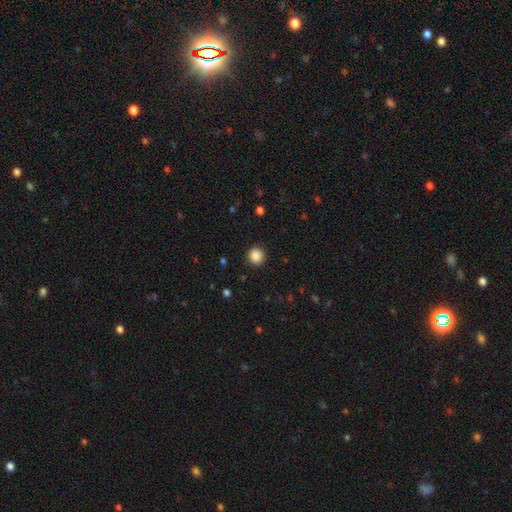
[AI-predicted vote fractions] Overall: smooth (88%). How rounded: round (92%). Merging: none (91%).